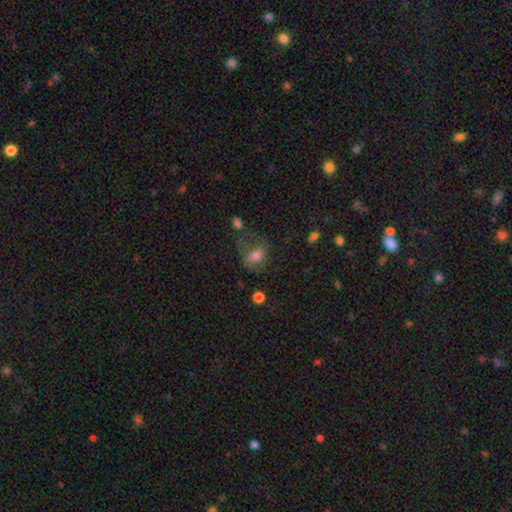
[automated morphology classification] A smooth galaxy with no disk features (59%) that is round (50%). Merging: major disturbance (36%).